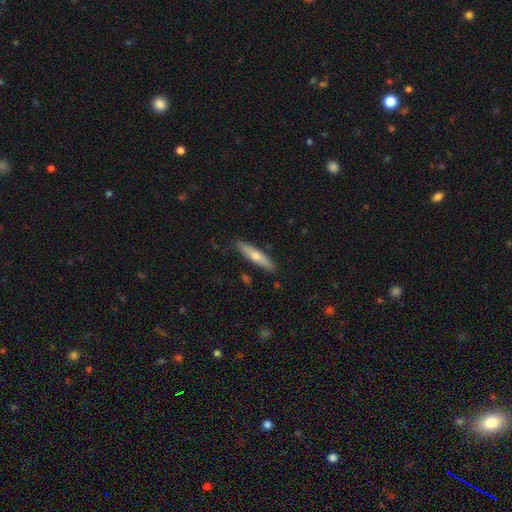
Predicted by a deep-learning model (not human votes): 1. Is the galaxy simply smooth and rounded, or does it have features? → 50% smooth, 43% featured or disk, 7% star or artifact.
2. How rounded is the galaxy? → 86% cigar-shaped, 12% in between, 2% round.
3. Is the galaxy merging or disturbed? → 86% none, 11% minor disturbance, 2% major disturbance, 1% merger.